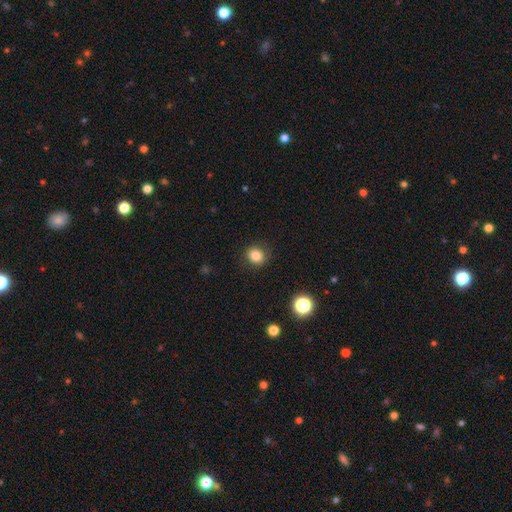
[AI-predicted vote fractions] Smooth or featured? smooth (83%)
How rounded? round (73%)
Merging? none (86%)